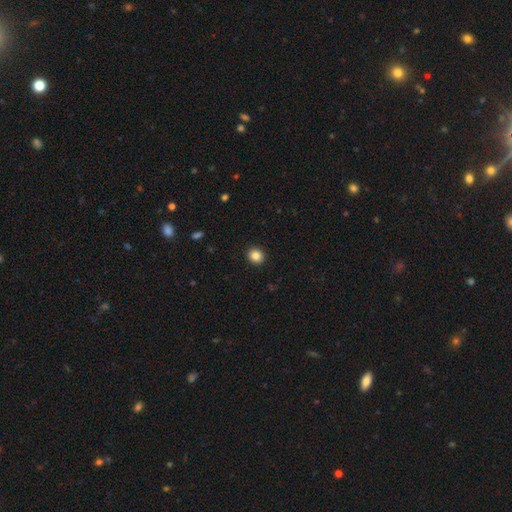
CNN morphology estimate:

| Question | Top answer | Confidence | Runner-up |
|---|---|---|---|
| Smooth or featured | smooth | 85% | star or artifact (10%) |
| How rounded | round | 86% | in between (13%) |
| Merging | none | 93% | minor disturbance (5%) |